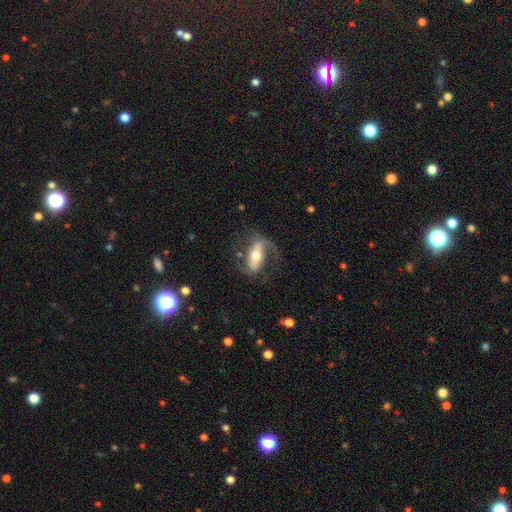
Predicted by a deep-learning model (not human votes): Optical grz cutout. It shows a featured or disk galaxy (77%) with a strong bar (55%), 2 (80%) medium (43%) spiral arms (89%) and a moderate central bulge (64%). Merging: none (65%).